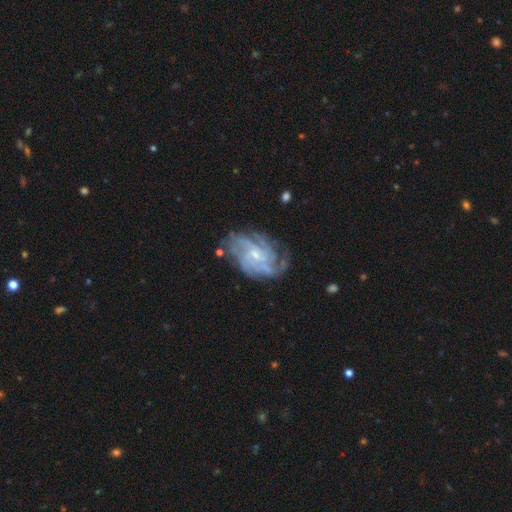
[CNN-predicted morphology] This is clearly a featured or disk galaxy (86%). It is clearly not viewed edge-on (97%). Bar: possibly no (57%). Spiral arm pattern: clearly yes (95%). Spiral arm count: marginally can't tell (30%). Spiral winding: possibly tight (50%). Central bulge: likely small (68%). Merging: likely none (67%).